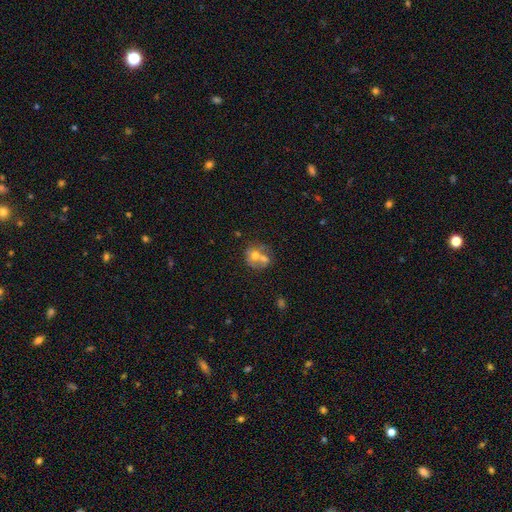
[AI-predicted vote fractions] Q: Smooth or featured?
A: smooth (54%); runner-up: featured or disk (35%)
Q: How rounded?
A: round (69%); runner-up: in between (30%)
Q: Merging?
A: merger (54%); runner-up: none (30%)